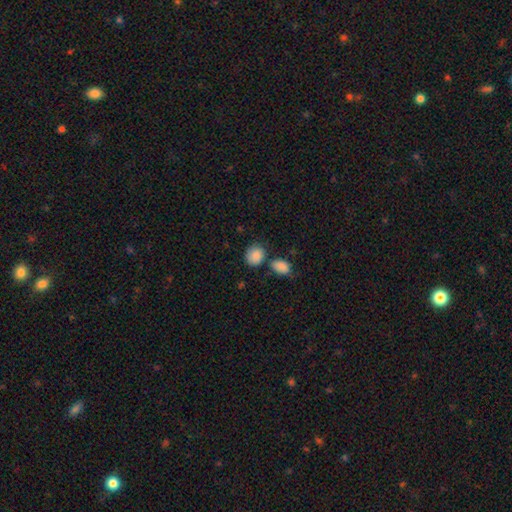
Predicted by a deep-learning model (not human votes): A smooth galaxy with no disk features (88%) that is round (65%). Merging: none (62%).